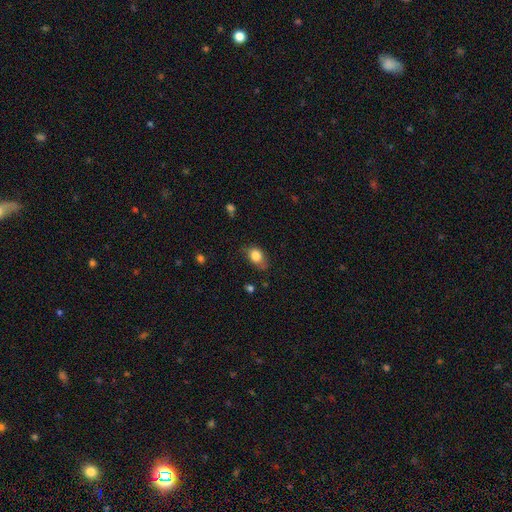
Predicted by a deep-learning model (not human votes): A smooth galaxy with no disk features (82%) that is in between round and cigar-shaped (77%). Merging: none (62%).